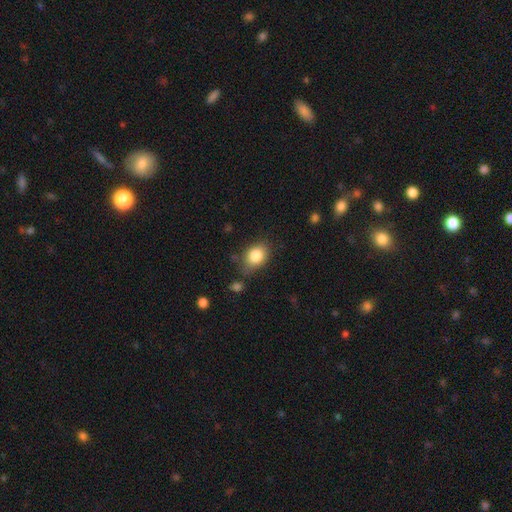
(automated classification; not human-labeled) Smooth or featured? smooth (84%)
How rounded? in between (69%)
Merging? none (73%)